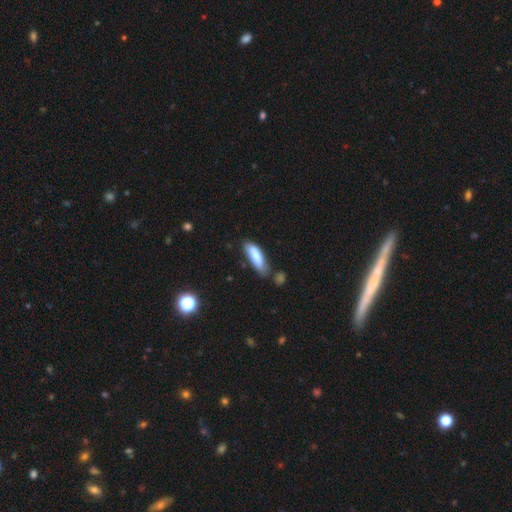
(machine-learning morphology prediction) This is likely a smooth galaxy (80%). How rounded: possibly cigar-shaped (55%). Merging: likely none (63%).